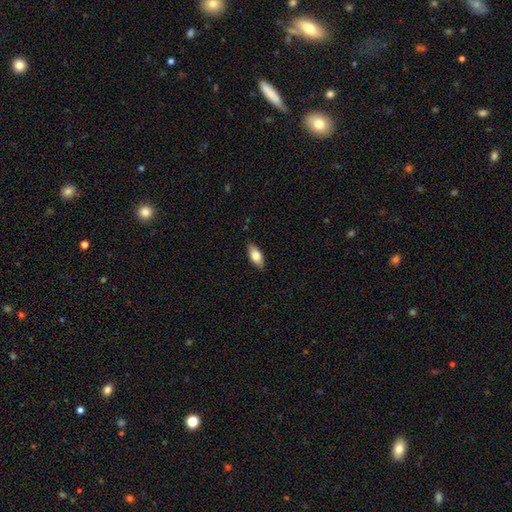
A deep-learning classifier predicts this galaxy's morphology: Smooth or featured? Predicted: smooth (p=0.78). How rounded? Predicted: in between (p=0.88). Merging? Predicted: none (p=0.86).